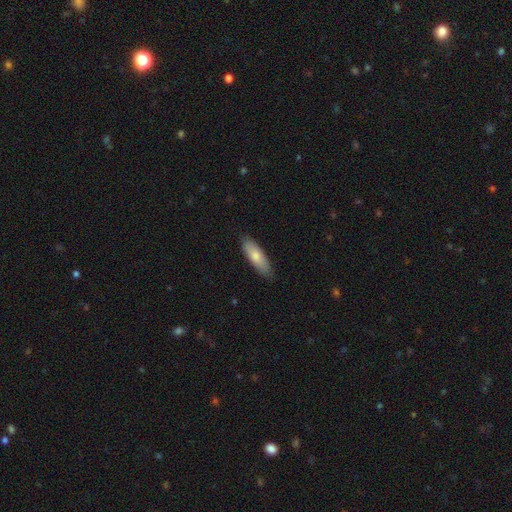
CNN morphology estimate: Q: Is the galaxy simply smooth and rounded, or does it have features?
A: smooth — 78%.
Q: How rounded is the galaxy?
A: in between — 57%.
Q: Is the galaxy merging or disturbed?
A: none — 82%.